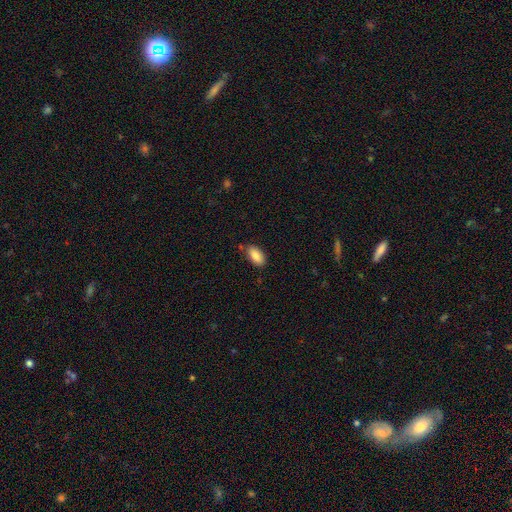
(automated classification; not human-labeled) A smooth galaxy with no disk features (86%) that is in between round and cigar-shaped (93%).

Vote fractions:
- Smooth or featured? smooth: 86% / star or artifact: 7% / featured or disk: 7%
- How rounded? in between: 93% / cigar-shaped: 5% / round: 3%
- Merging? none: 80% / minor disturbance: 14% / merger: 3% / major disturbance: 3%